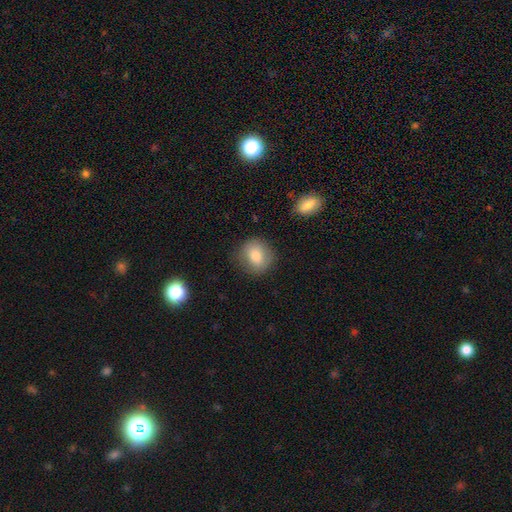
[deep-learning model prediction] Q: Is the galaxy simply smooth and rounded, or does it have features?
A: smooth — 78%.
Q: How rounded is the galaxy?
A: round — 80%.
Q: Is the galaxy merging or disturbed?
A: none — 81%.